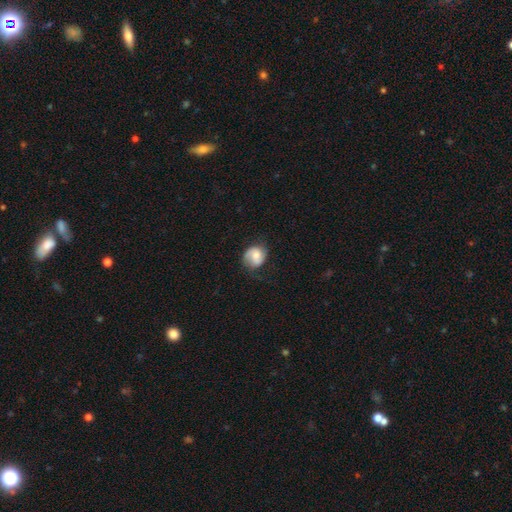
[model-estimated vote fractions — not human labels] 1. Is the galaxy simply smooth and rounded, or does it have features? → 47% smooth, 46% featured or disk, 8% star or artifact.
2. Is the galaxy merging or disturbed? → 63% none, 24% minor disturbance, 11% major disturbance, 1% merger.